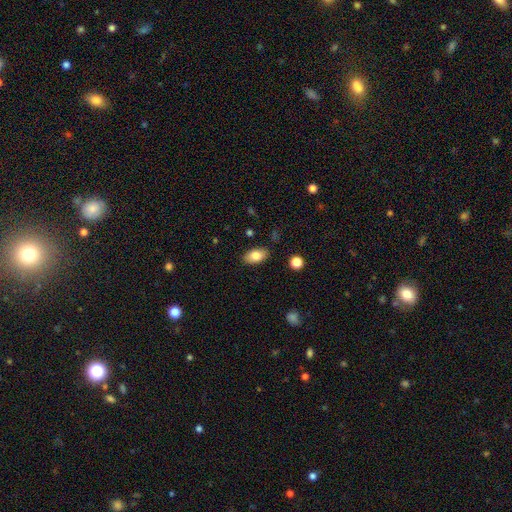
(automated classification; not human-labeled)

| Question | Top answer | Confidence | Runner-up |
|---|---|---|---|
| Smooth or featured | smooth | 81% | featured or disk (12%) |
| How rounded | in between | 91% | round (7%) |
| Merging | none | 86% | minor disturbance (10%) |